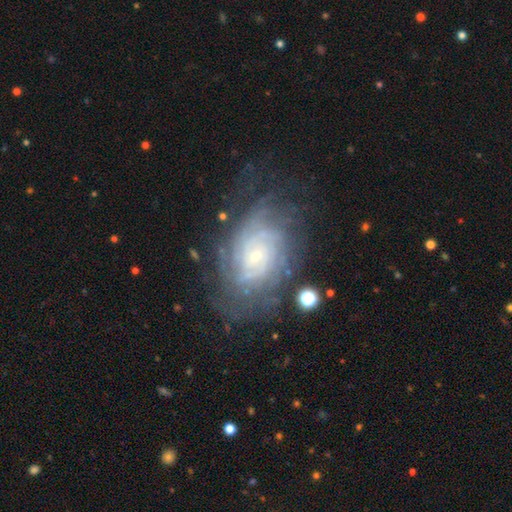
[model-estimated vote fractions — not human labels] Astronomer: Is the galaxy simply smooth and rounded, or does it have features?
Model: featured or disk — 84%.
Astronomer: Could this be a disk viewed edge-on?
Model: no — 96%.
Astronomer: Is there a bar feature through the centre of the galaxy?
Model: no — 65%.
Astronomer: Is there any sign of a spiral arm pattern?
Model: yes — 96%.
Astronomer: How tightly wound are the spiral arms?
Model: tight — 72%.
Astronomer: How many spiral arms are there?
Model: can't tell — 40% (runner-up: 4, 18%).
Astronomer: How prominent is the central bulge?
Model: small — 76%.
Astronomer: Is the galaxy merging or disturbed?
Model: none — 67%.